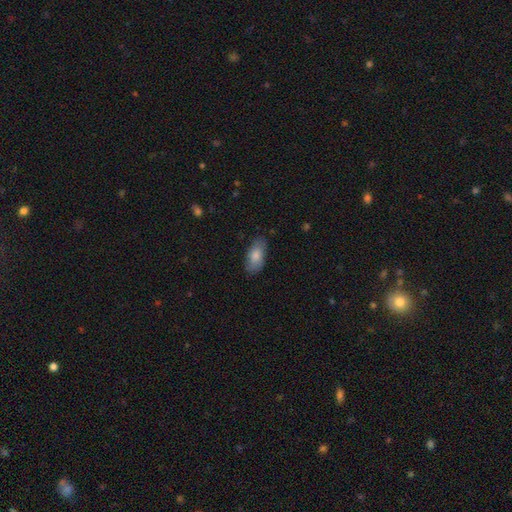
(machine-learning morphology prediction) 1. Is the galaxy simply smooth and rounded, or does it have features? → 82% smooth, 12% featured or disk, 6% star or artifact.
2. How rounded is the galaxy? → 91% in between, 7% cigar-shaped, 3% round.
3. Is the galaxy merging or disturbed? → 81% none, 15% minor disturbance, 3% major disturbance, 1% merger.